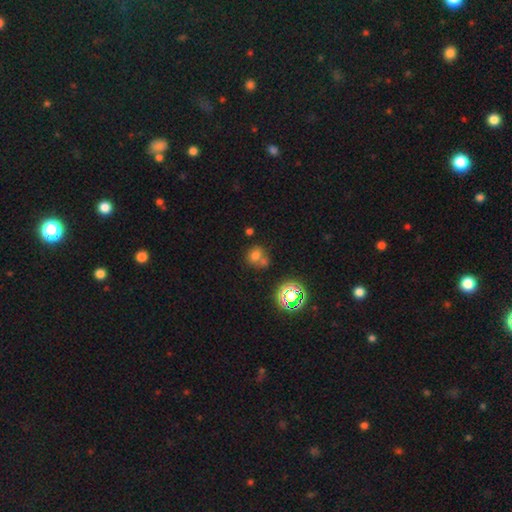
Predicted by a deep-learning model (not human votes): Smooth or featured?
  - smooth: 66% *
  - star or artifact: 22%
  - featured or disk: 12%
How rounded?
  - round: 71% *
  - in between: 28%
  - cigar-shaped: 1%
Merging?
  - none: 47% *
  - merger: 37%
  - minor disturbance: 11%
  - major disturbance: 5%